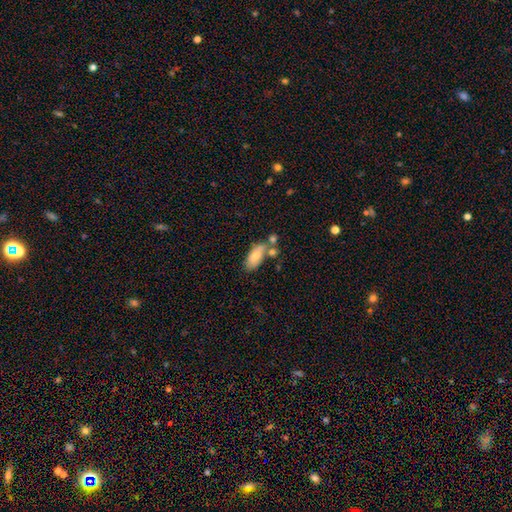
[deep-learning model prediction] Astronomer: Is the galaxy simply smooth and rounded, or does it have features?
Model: smooth — 77%.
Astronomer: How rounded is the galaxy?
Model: in between — 83%.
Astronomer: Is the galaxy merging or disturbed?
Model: none — 50% (runner-up: merger, 25%).